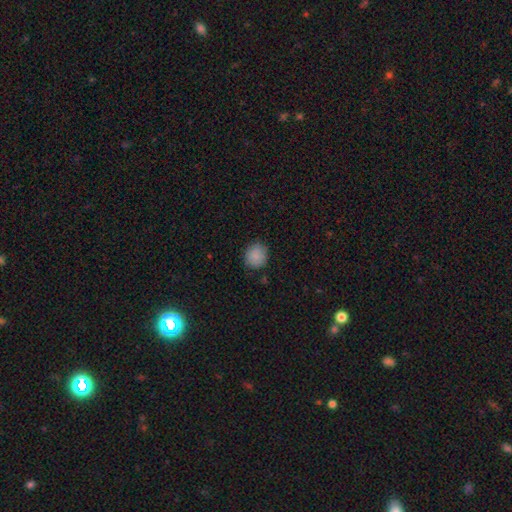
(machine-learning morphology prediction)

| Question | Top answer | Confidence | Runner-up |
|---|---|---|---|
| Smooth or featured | smooth | 87% | star or artifact (9%) |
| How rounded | round | 80% | in between (19%) |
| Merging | none | 84% | minor disturbance (12%) |